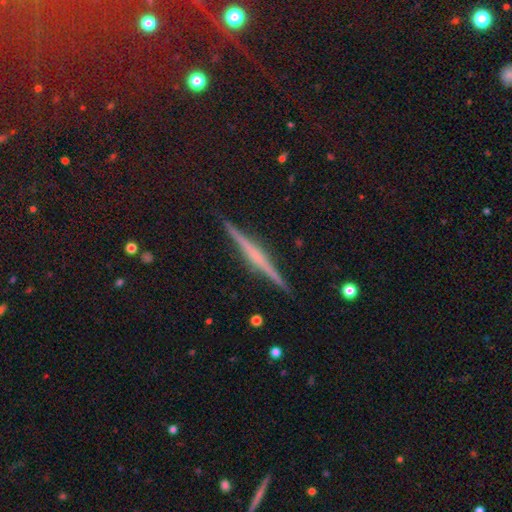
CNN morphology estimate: Smooth or featured? featured or disk (70%)
Edge-on disk? yes (98%)
Edge-on bulge? rounded (39%, tied with none)
Merging? none (92%)